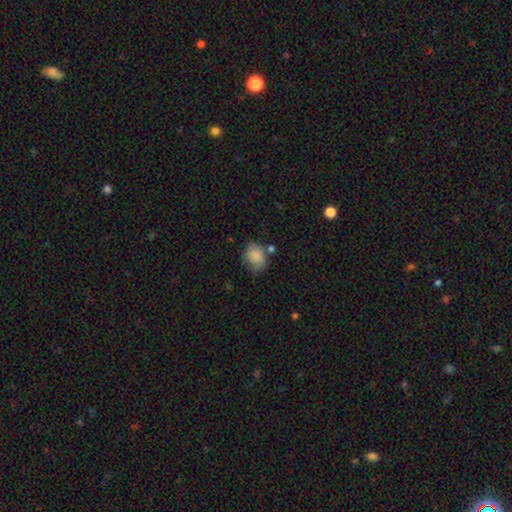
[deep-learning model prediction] Smooth or featured? Predicted: smooth (p=0.81). How rounded? Predicted: in between (p=0.56). Merging? Predicted: none (p=0.50).